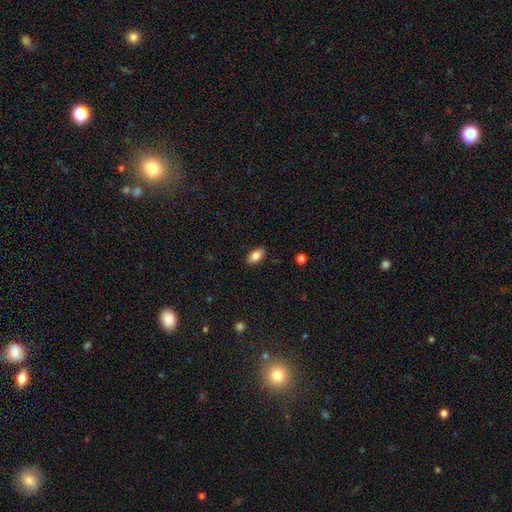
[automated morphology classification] The model was most divided on "smooth or featured": smooth: 83%, featured or disk: 9%, star or artifact: 7%. More confident: how rounded — in between (91%); merging — none (88%).